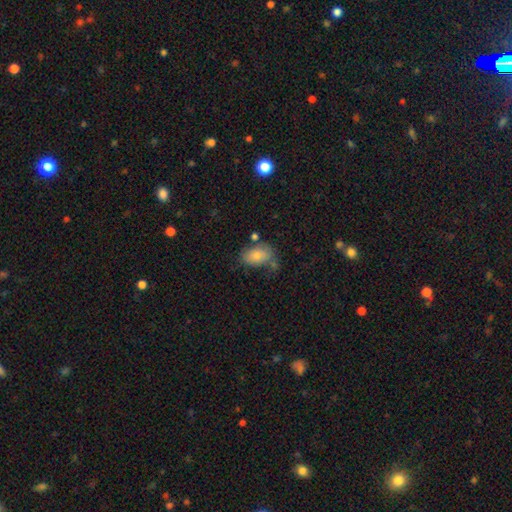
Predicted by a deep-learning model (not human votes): A smooth galaxy with no disk features (76%) that is in between round and cigar-shaped (87%). Merging: none (56%).